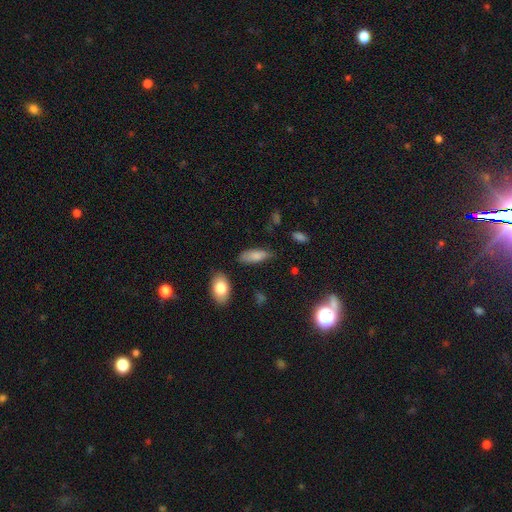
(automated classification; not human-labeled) Q: Smooth or featured?
A: smooth (82%); runner-up: featured or disk (11%)
Q: How rounded?
A: in between (70%); runner-up: cigar-shaped (28%)
Q: Merging?
A: none (71%); runner-up: minor disturbance (21%)